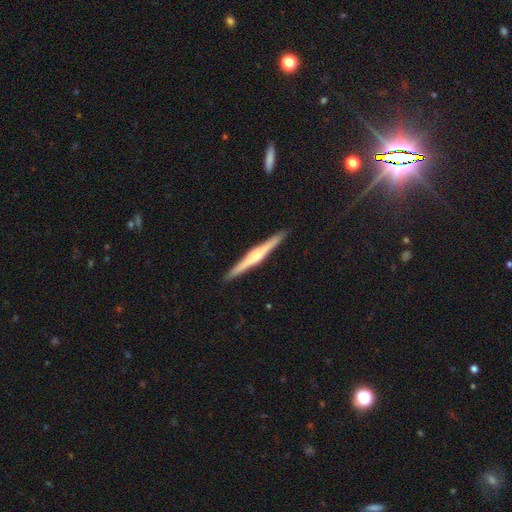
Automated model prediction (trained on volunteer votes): smooth_or_featured: featured or disk (p=0.73) [alt: smooth p=0.19]
disk_edge_on: yes (p=0.98) [alt: no p=0.02]
edge_on_bulge: rounded (p=0.75) [alt: none p=0.14]
merging: none (p=0.91) [alt: minor disturbance p=0.06]